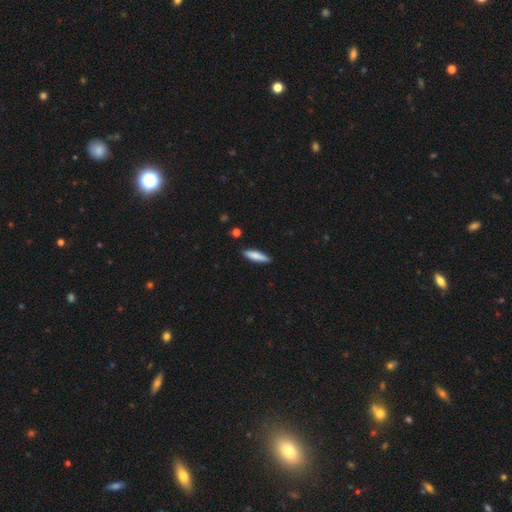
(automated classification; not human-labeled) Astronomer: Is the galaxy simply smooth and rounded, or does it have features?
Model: smooth — 78%.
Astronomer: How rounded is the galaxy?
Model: cigar-shaped — 77%.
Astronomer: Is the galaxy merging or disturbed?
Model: none — 87%.